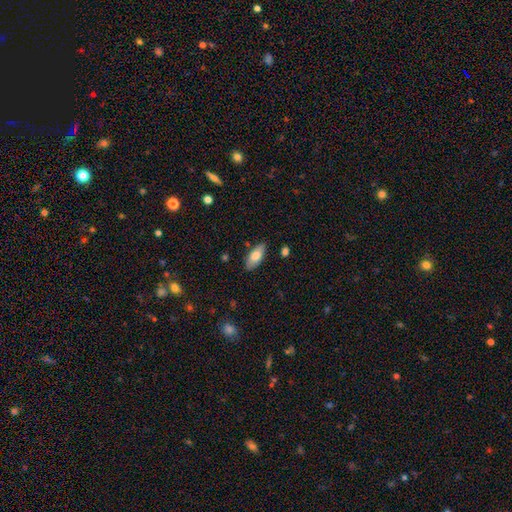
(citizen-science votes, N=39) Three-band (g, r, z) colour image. It shows a smooth galaxy with no disk features (67%) that is in between round and cigar-shaped (88%). Merging: none (63%).